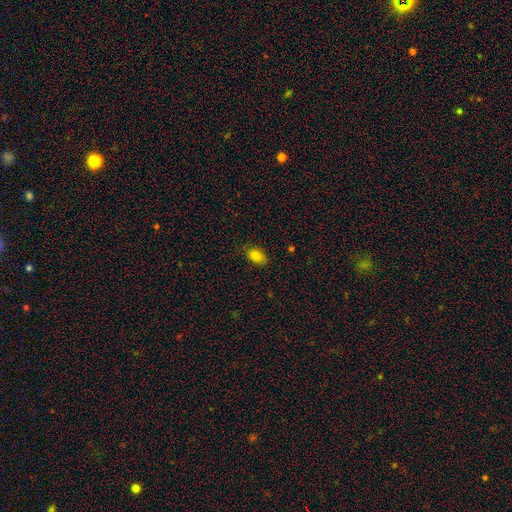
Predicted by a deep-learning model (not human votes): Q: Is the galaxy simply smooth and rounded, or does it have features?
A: smooth — 84%.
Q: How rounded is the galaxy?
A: in between — 87%.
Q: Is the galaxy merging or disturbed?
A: none — 83%.